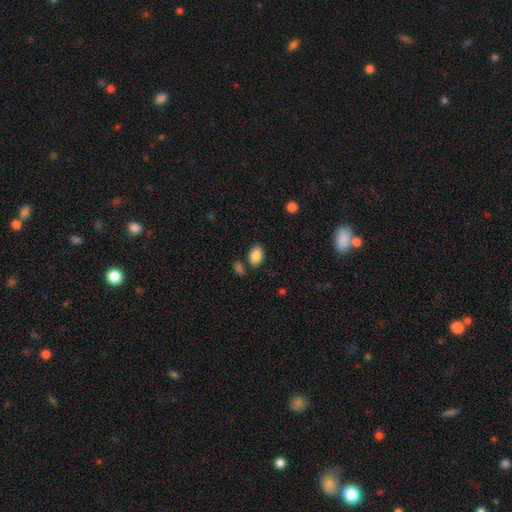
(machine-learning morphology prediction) Smooth or featured? smooth (87%)
How rounded? in between (86%)
Merging? none (78%)